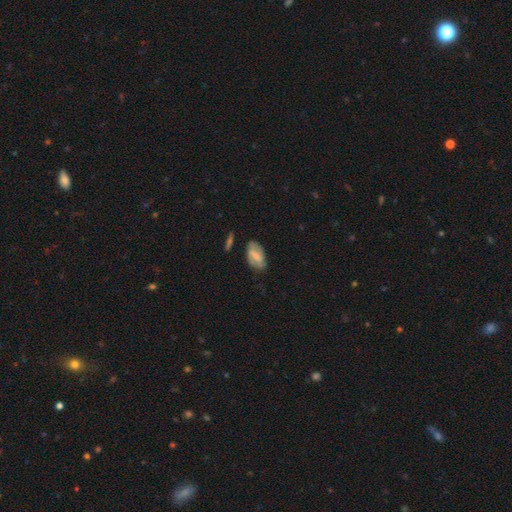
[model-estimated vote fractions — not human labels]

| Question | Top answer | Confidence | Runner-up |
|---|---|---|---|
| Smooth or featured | smooth | 52% | featured or disk (40%) |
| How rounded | in between | 91% | round (5%) |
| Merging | none | 69% | minor disturbance (22%) |